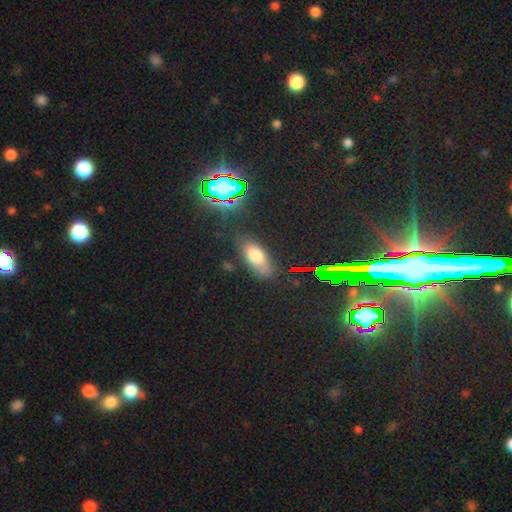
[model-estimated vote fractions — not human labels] smooth 69%, star or artifact 17%, featured or disk 13%. Down the decision tree: how rounded — in between (82%); merging — none (77%).